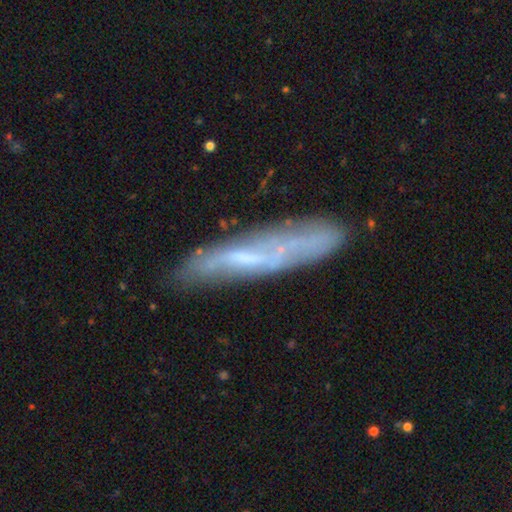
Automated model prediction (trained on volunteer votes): This appears to be a featured or disk galaxy (58%) viewed edge-on (59%). Merging: none (72%).